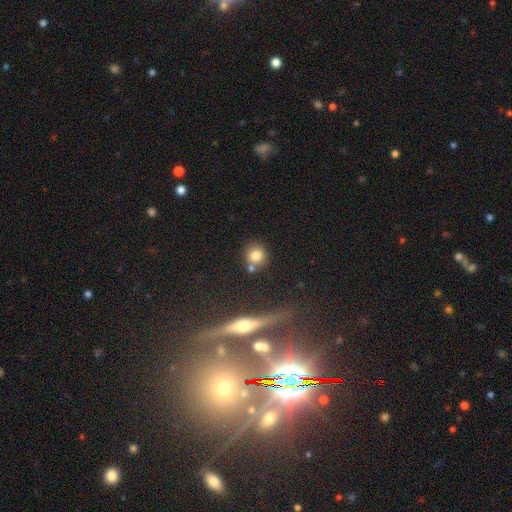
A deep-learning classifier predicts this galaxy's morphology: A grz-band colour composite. It shows a smooth galaxy with no disk features (79%) that is round (87%). Merging: none (68%).